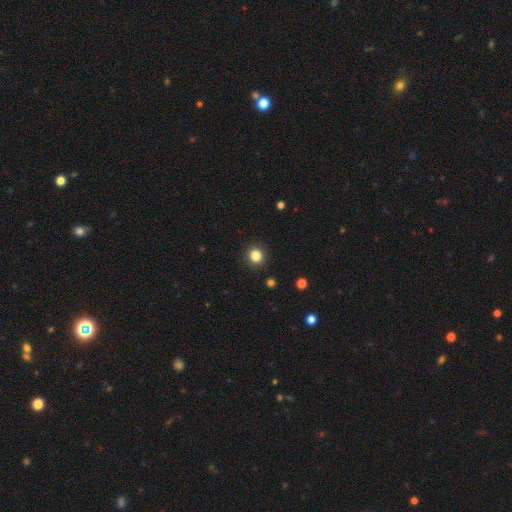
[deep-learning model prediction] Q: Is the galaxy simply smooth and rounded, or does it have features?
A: smooth — 84%.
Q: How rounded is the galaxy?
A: round — 92%.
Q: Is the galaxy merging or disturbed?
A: none — 92%.